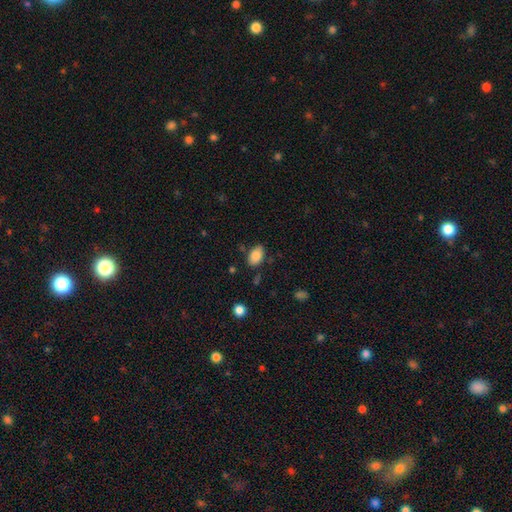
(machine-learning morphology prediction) Smooth or featured?
  - smooth: 84% *
  - featured or disk: 9%
  - star or artifact: 8%
How rounded?
  - in between: 90% *
  - round: 9%
  - cigar-shaped: 1%
Merging?
  - none: 77% *
  - minor disturbance: 16%
  - merger: 3%
  - major disturbance: 3%